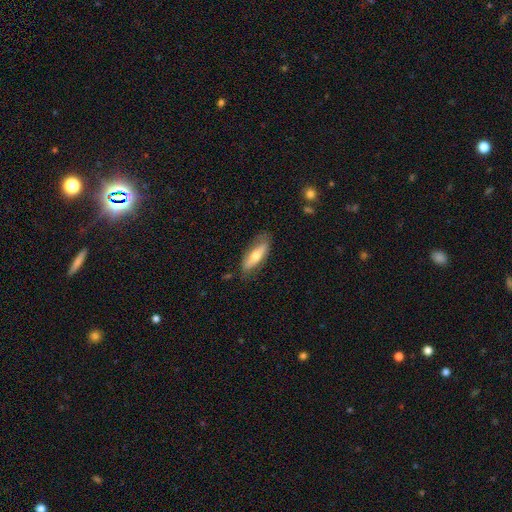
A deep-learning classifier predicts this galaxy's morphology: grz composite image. It shows a smooth galaxy with no disk features (54%) that is in between round and cigar-shaped (56%). Merging: none (75%).